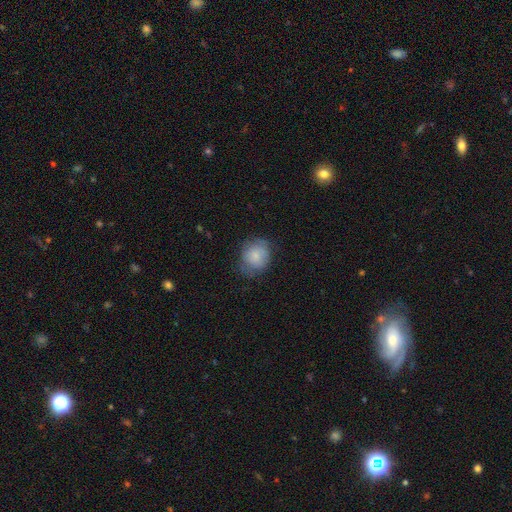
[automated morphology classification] A smooth galaxy with no disk features (81%) that is round (76%).

Vote fractions:
- Smooth or featured? smooth: 81% / featured or disk: 12% / star or artifact: 8%
- How rounded? round: 76% / in between: 23% / cigar-shaped: 1%
- Merging? none: 65% / minor disturbance: 25% / major disturbance: 9% / merger: 1%